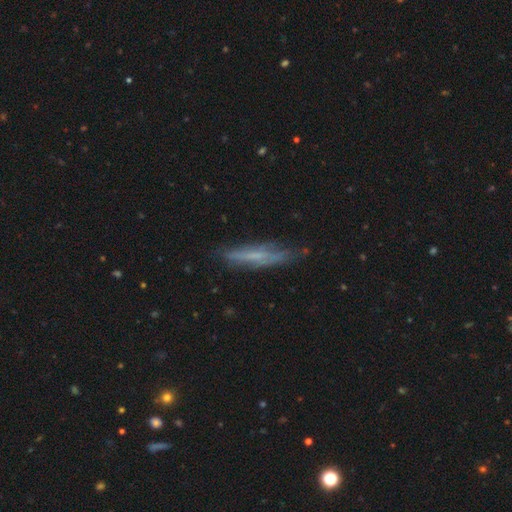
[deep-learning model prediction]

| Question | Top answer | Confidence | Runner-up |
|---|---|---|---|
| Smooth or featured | featured or disk | 47% | smooth (44%) |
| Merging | none | 69% | minor disturbance (23%) |